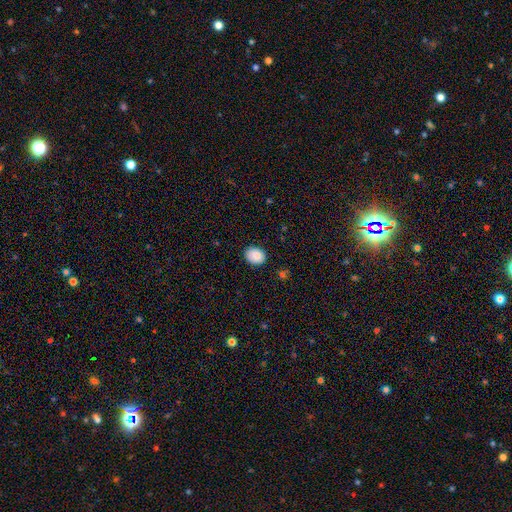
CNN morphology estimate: A smooth galaxy with no disk features (88%) that is in between round and cigar-shaped (55%). Merging: none (85%).